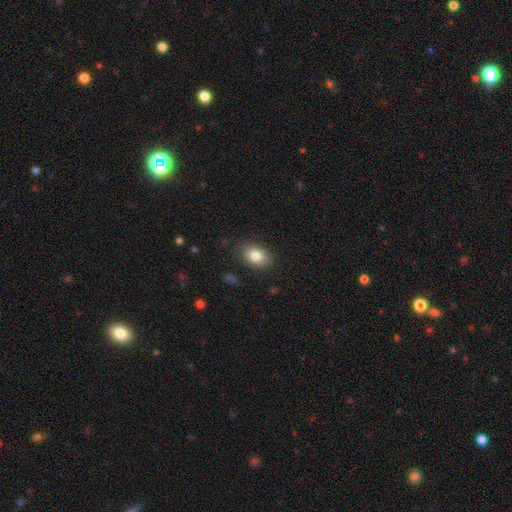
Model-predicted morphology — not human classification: smooth-or-featured: smooth: 83% | featured or disk: 9% | star or artifact: 8%
  how-rounded: in between: 79% | round: 19% | cigar-shaped: 1%
  merging: none: 86% | minor disturbance: 10% | major disturbance: 3% | merger: 1%